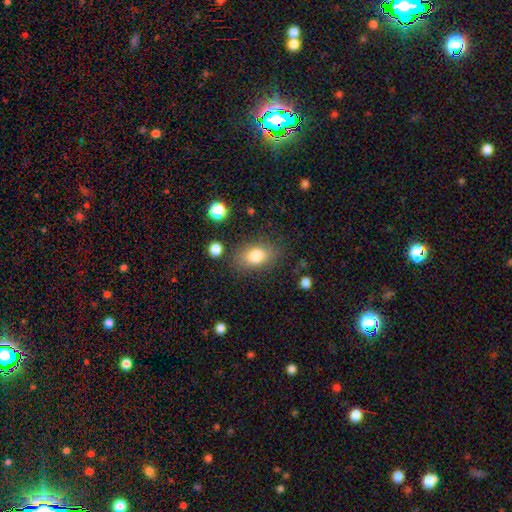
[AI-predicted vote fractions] A smooth galaxy with no disk features (81%) that is in between round and cigar-shaped (82%).

Vote fractions:
- Smooth or featured? smooth: 81% / featured or disk: 10% / star or artifact: 9%
- How rounded? in between: 82% / round: 16% / cigar-shaped: 2%
- Merging? none: 79% / minor disturbance: 13% / major disturbance: 5% / merger: 3%